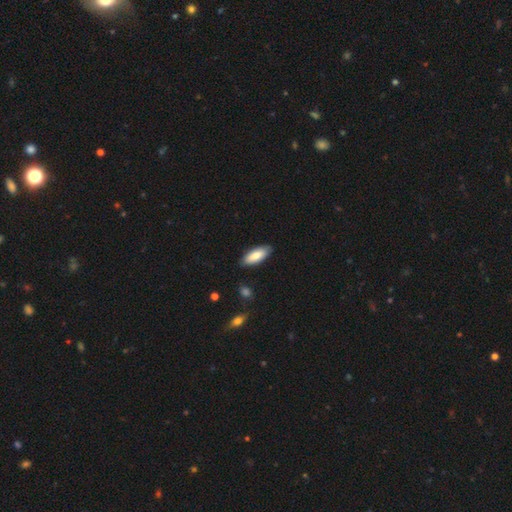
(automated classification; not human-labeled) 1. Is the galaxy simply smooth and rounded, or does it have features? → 82% smooth, 12% featured or disk, 6% star or artifact.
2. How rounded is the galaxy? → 78% in between, 20% cigar-shaped, 2% round.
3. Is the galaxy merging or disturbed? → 86% none, 11% minor disturbance, 2% major disturbance, 1% merger.